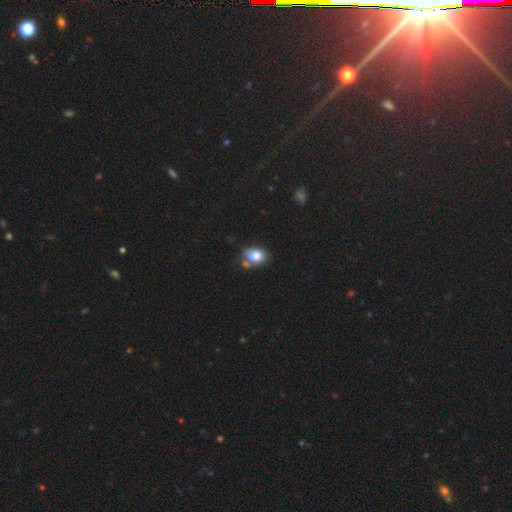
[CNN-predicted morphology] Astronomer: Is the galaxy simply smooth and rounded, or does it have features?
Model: smooth — 74%.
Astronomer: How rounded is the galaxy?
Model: in between — 64%.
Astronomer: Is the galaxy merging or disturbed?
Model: none — 40% (runner-up: merger, 27%).